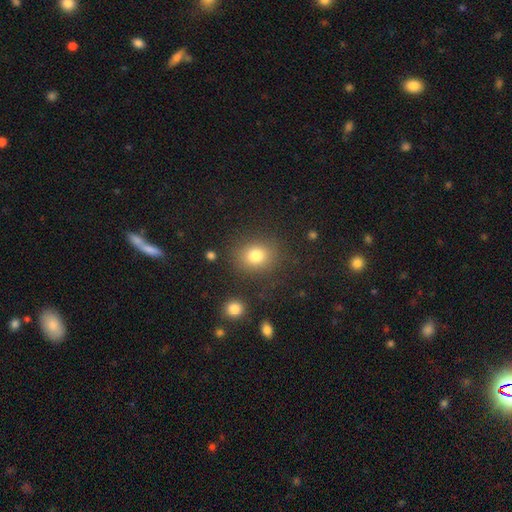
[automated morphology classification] type=smooth (80%); roundness=round (69%); merging=none (83%).